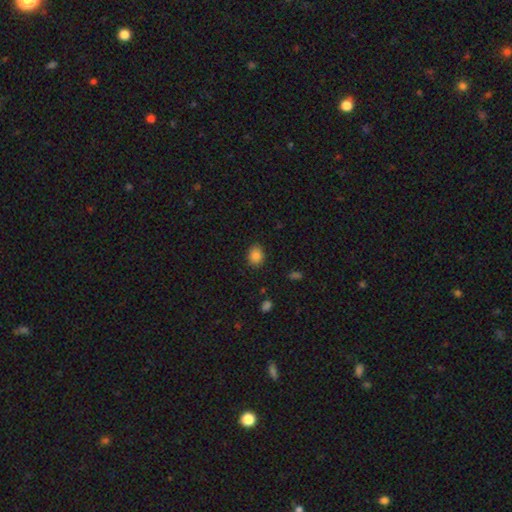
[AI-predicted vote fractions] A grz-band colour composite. It shows a smooth galaxy with no disk features (85%) that is in between round and cigar-shaped (50%). Merging: none (86%).